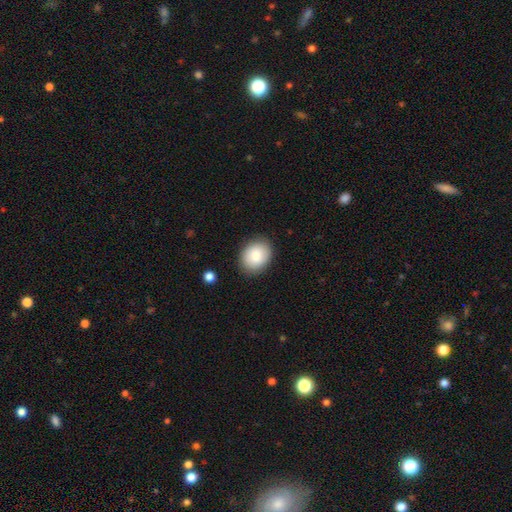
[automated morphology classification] This is clearly a smooth galaxy (83%). How rounded: possibly in between (52%). Merging: clearly none (87%).